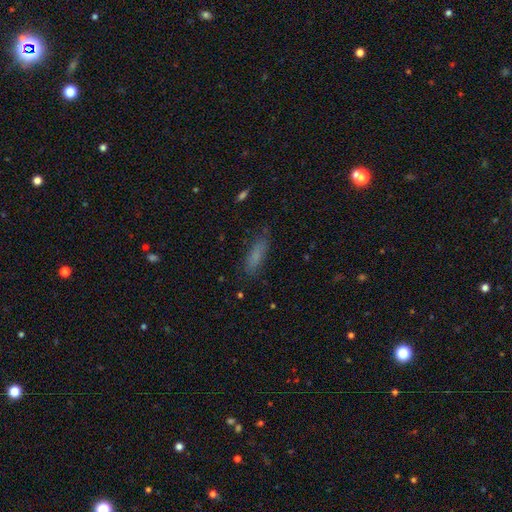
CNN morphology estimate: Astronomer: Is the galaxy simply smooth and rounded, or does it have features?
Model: smooth — 77%.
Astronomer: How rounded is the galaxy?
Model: cigar-shaped — 58% (runner-up: in between, 40%).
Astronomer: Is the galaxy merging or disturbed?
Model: none — 76%.